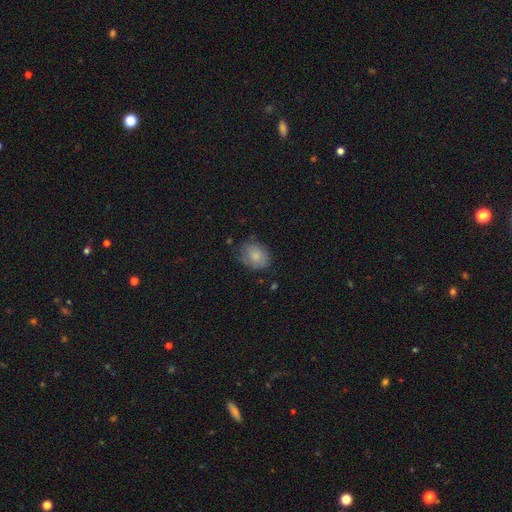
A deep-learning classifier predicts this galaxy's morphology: Smooth or featured? Predicted: smooth (p=0.79). How rounded? Predicted: in between (p=0.58). Merging? Predicted: none (p=0.63).